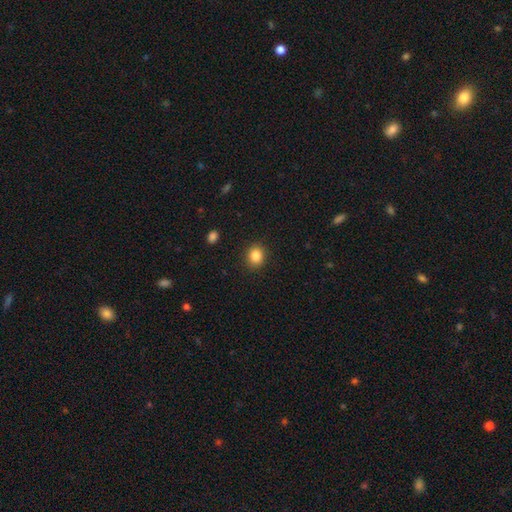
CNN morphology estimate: Overall: smooth (85%). How rounded: round (67%; in between 32%). Merging: none (89%).